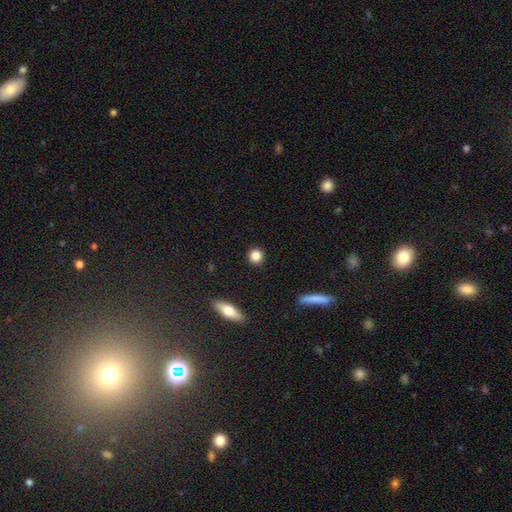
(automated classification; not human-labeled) Morphology: type=smooth (85%); roundness=round (89%); merging=none (91%).